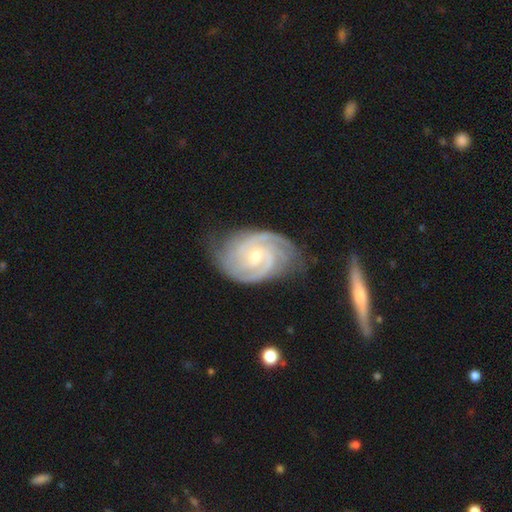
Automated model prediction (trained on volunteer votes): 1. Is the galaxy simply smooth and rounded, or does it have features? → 91% featured or disk, 5% smooth, 4% star or artifact.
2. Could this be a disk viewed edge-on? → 97% no, 3% yes.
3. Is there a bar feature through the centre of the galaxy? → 60% no, 32% weak, 8% strong.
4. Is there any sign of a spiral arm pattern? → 98% yes, 2% no.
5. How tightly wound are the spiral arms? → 73% tight, 24% medium, 3% loose.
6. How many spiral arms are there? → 41% 3, 23% 2, 15% 4, 11% can't tell, 5% more than 4, 5% 1.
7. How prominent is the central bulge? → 59% small, 38% moderate, 1% large, 1% none, 1% dominant.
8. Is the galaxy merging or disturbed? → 71% none, 21% minor disturbance, 6% major disturbance, 2% merger.